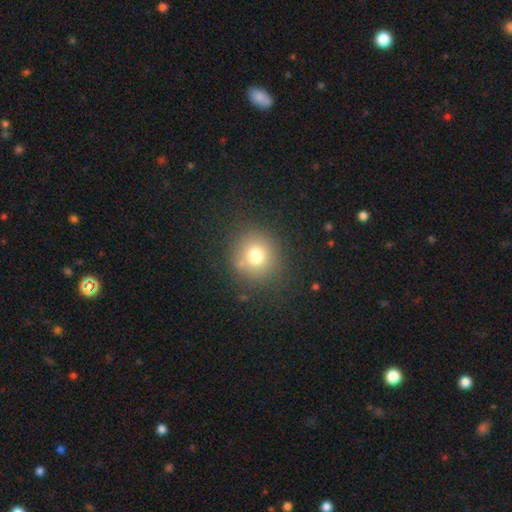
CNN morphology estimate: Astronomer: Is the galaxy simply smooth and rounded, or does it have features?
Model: smooth — 74%.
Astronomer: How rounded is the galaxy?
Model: round — 88%.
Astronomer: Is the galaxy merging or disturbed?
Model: none — 83%.